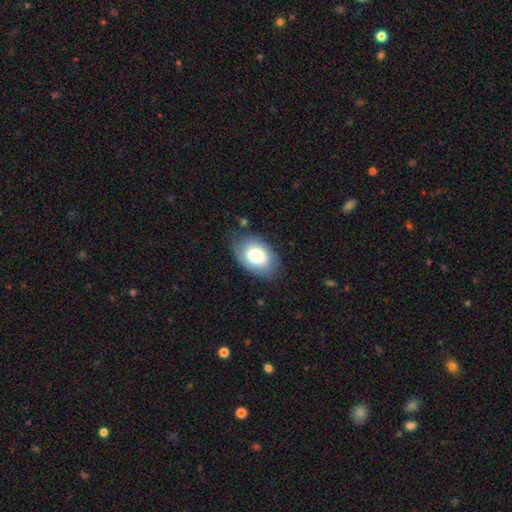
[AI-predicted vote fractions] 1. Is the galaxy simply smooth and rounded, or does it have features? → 77% smooth, 17% featured or disk, 7% star or artifact.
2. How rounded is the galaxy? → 88% in between, 11% round, 1% cigar-shaped.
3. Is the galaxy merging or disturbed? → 73% none, 20% minor disturbance, 5% major disturbance, 2% merger.